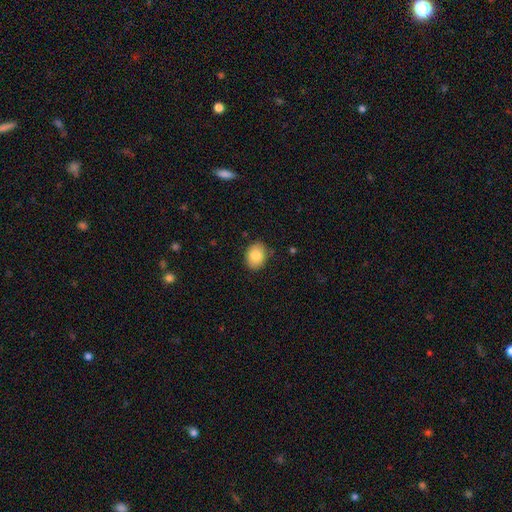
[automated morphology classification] This is clearly a smooth galaxy (84%). How rounded: possibly in between (52%). Merging: clearly none (83%).